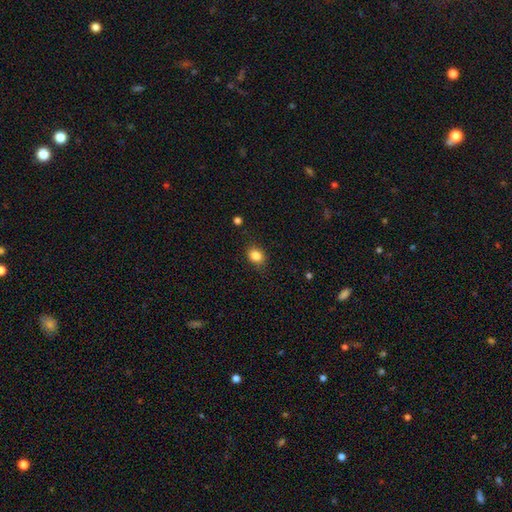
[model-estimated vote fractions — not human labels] A smooth galaxy with no disk features (84%) that is round (53%).

Vote fractions:
- Smooth or featured? smooth: 84% / star or artifact: 10% / featured or disk: 5%
- How rounded? round: 53% / in between: 46% / cigar-shaped: 1%
- Merging? none: 82% / minor disturbance: 13% / major disturbance: 3% / merger: 1%